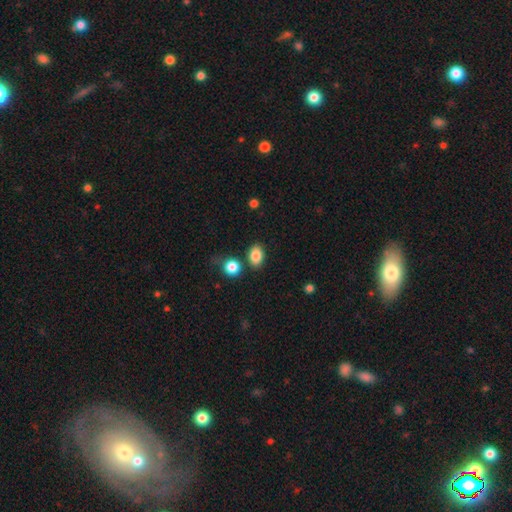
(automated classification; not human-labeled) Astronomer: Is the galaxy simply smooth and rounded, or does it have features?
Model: smooth — 86%.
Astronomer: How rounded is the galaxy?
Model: in between — 74%.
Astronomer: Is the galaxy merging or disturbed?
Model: none — 77%.